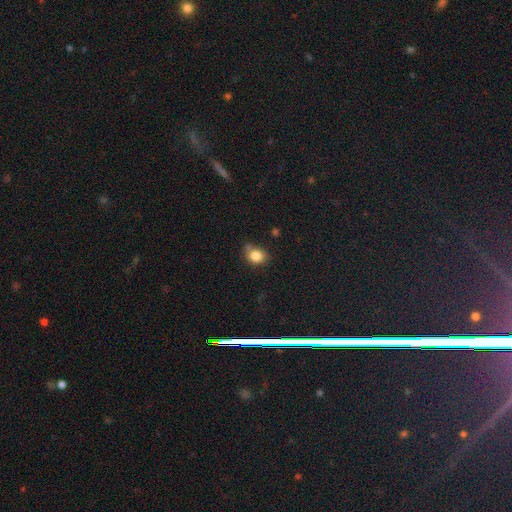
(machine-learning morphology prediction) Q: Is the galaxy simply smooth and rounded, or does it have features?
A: smooth — 83%.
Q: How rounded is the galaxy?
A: round — 60%.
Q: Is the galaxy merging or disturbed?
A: none — 61%.